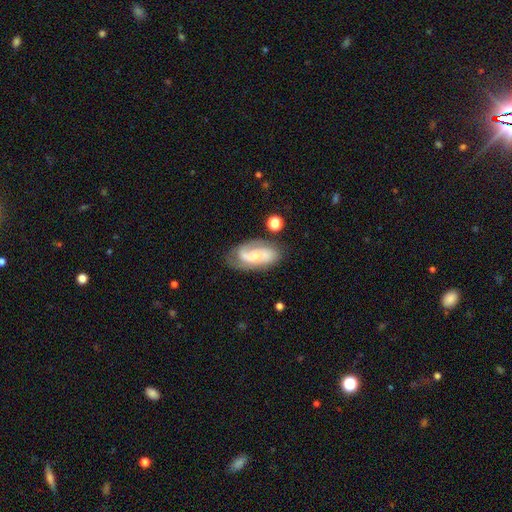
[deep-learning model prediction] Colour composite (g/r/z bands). It shows a featured or disk galaxy (72%) with no bar (54%), 2 (68%) medium (44%) spiral arms (91%) and a small central bulge (59%). Merging: none (63%).